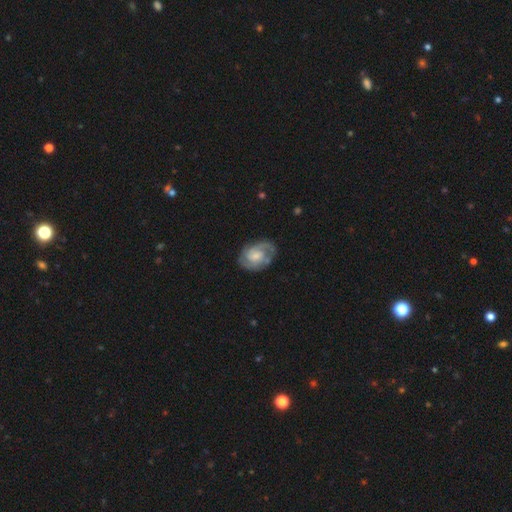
Q: Smooth or featured?
A: featured or disk (85%); runner-up: smooth (8%)
Q: Edge-on disk?
A: no (100%)
Q: Bar?
A: no (70%); runner-up: weak (30%)
Q: Spiral arms?
A: yes (100%)
Q: Spiral winding?
A: medium (58%); runner-up: tight (36%)
Q: Spiral arm count?
A: 2 (55%); runner-up: can't tell (21%)
Q: Bulge size?
A: small (48%); runner-up: moderate (30%)
Q: Merging?
A: none (75%); runner-up: minor disturbance (17%)